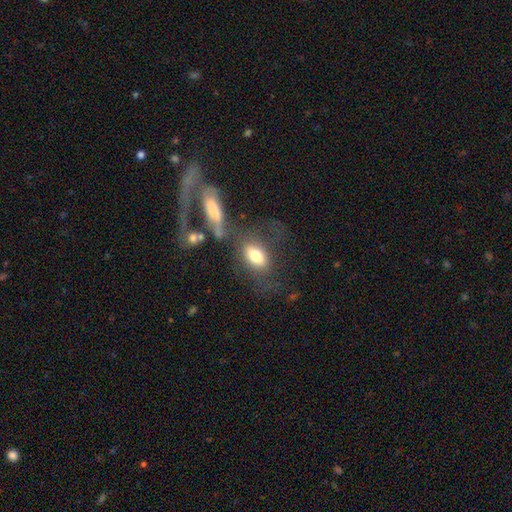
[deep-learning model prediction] Q: Smooth or featured?
A: smooth (72%); runner-up: featured or disk (20%)
Q: How rounded?
A: in between (87%); runner-up: round (9%)
Q: Merging?
A: none (46%); runner-up: merger (19%)